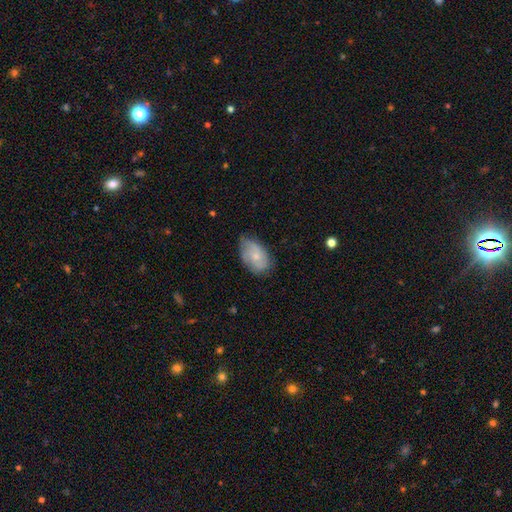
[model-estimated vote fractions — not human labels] smooth_or_featured: smooth (p=0.55) [alt: featured or disk p=0.39]
how_rounded: in between (p=0.89) [alt: round p=0.09]
merging: none (p=0.60) [alt: minor disturbance p=0.32]